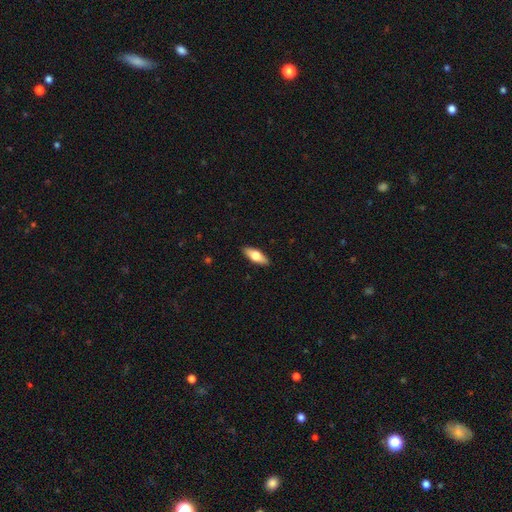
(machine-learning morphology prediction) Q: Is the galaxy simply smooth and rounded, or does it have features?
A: smooth — 64%.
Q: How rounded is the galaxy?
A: in between — 71%.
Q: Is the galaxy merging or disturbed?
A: none — 90%.